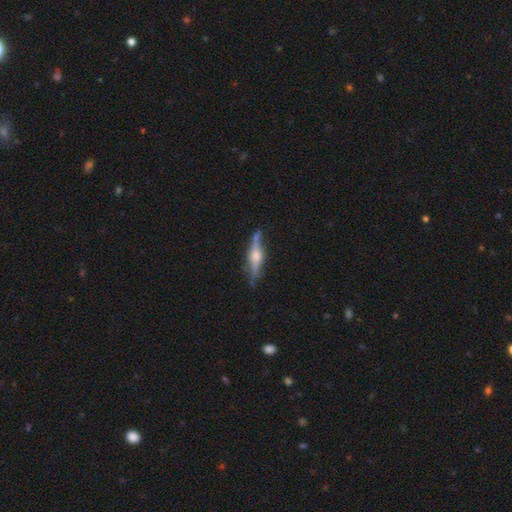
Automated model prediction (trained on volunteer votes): smooth_or_featured: featured or disk (p=0.74) [alt: smooth p=0.20]
disk_edge_on: yes (p=0.95) [alt: no p=0.05]
edge_on_bulge: rounded (p=0.87) [alt: boxy p=0.09]
merging: none (p=0.75) [alt: minor disturbance p=0.17]